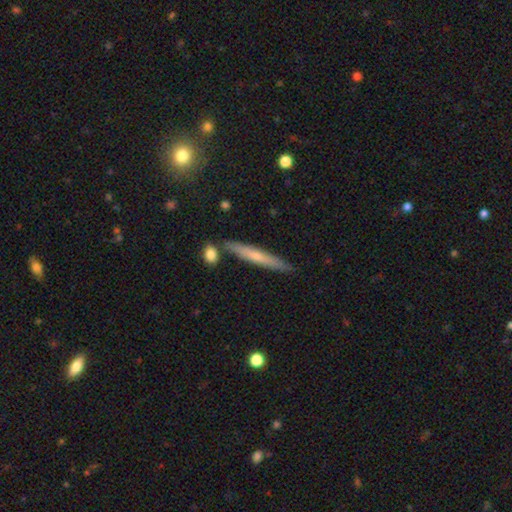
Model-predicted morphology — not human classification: A smooth galaxy with no disk features (53%) that is cigar-shaped (94%). Merging: none (84%).